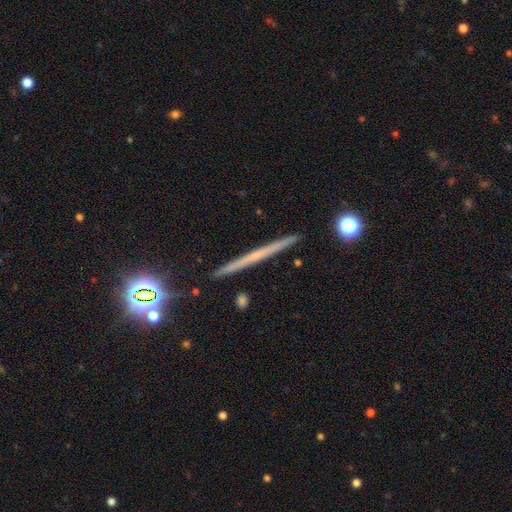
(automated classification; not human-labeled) smooth_or_featured: featured or disk (p=0.52) [alt: smooth p=0.36]
disk_edge_on: yes (p=0.97) [alt: no p=0.03]
edge_on_bulge: none (p=0.88) [alt: rounded p=0.09]
merging: none (p=0.92) [alt: minor disturbance p=0.05]